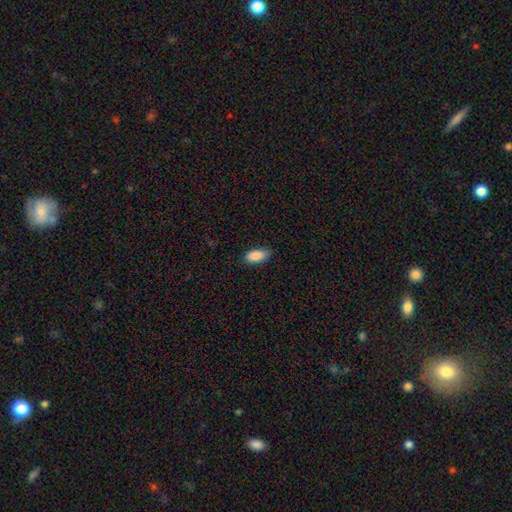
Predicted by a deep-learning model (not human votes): Smooth or featured? smooth (88%)
How rounded? in between (88%)
Merging? none (82%)